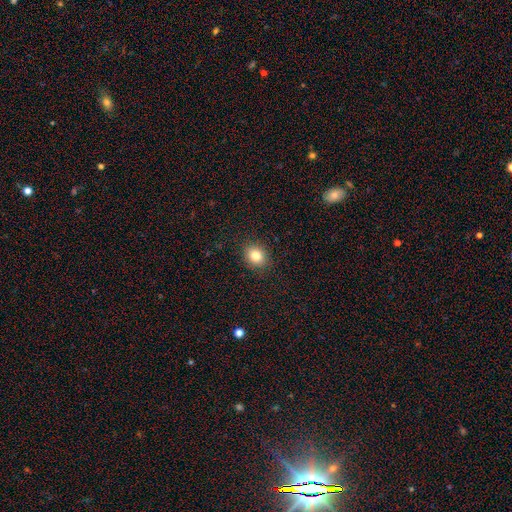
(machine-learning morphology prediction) smooth 83%, star or artifact 11%, featured or disk 7%. Down the decision tree: how rounded — round (68%); merging — none (89%).